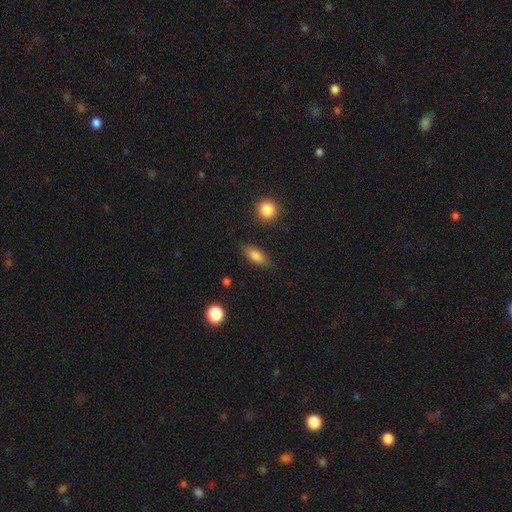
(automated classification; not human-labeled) This is likely a smooth galaxy (80%). How rounded: likely in between (78%). Merging: clearly none (82%).